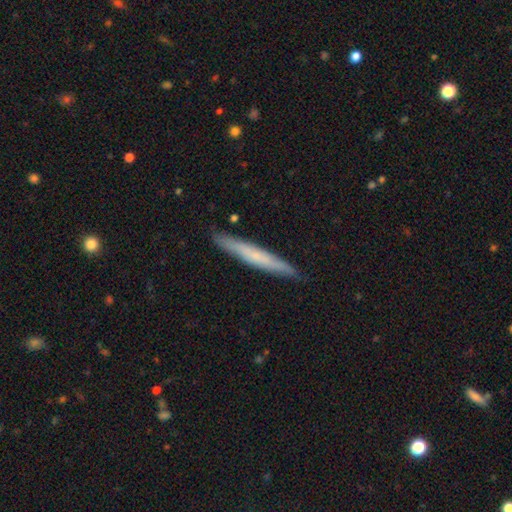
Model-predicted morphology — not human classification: This is possibly a smooth galaxy (53%). How rounded: clearly cigar-shaped (96%). Merging: clearly none (90%).